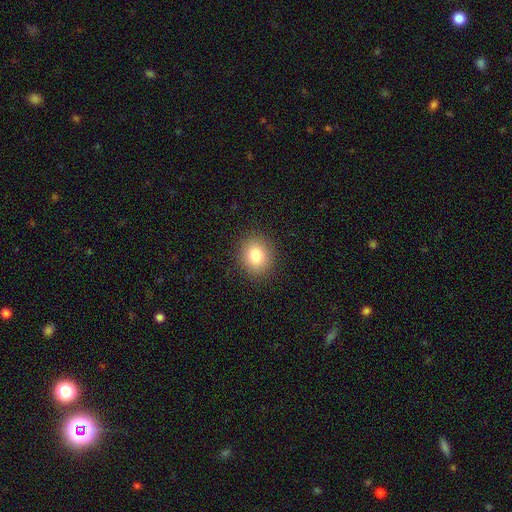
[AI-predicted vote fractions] A smooth galaxy with no disk features (82%) that is round (75%).

Vote fractions:
- Smooth or featured? smooth: 82% / star or artifact: 10% / featured or disk: 8%
- How rounded? round: 75% / in between: 24% / cigar-shaped: 1%
- Merging? none: 90% / minor disturbance: 7% / major disturbance: 2% / merger: 1%